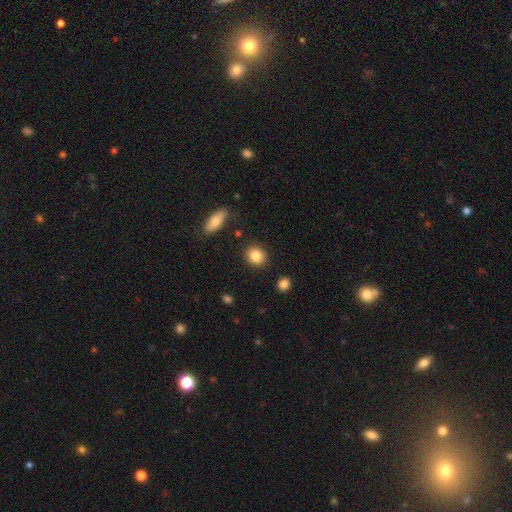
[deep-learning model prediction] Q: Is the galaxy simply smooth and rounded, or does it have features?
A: smooth — 86%.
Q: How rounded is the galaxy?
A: round — 70%.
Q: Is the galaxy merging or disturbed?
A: none — 88%.